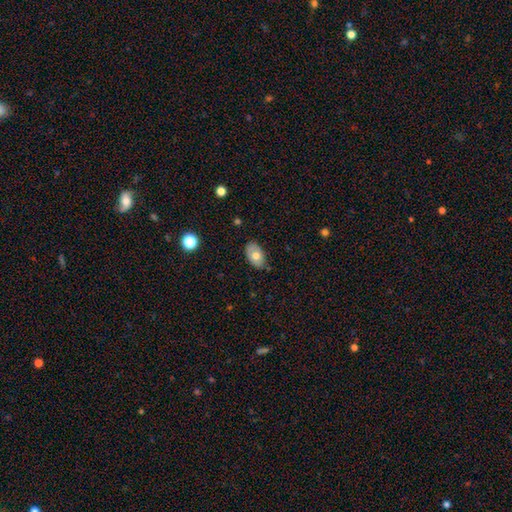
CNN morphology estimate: A smooth galaxy with no disk features (65%) that is in between round and cigar-shaped (91%).

Vote fractions:
- Smooth or featured? smooth: 65% / featured or disk: 27% / star or artifact: 7%
- How rounded? in between: 91% / round: 8% / cigar-shaped: 1%
- Merging? none: 74% / minor disturbance: 21% / major disturbance: 3% / merger: 2%